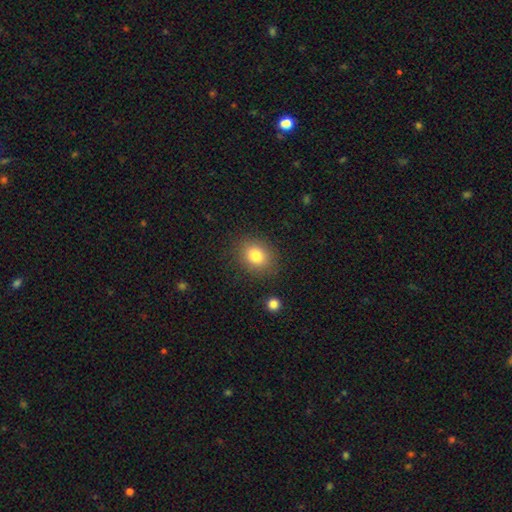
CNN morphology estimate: Smooth or featured? smooth (81%)
How rounded? round (55%)
Merging? none (85%)